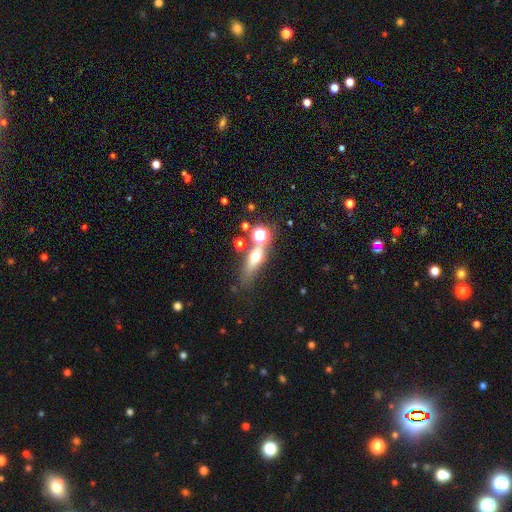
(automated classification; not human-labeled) Smooth or featured?
  - smooth: 52% *
  - featured or disk: 30%
  - star or artifact: 17%
How rounded?
  - in between: 41% *
  - cigar-shaped: 38%
  - round: 21%
Merging?
  - none: 51% *
  - merger: 22%
  - minor disturbance: 16%
  - major disturbance: 11%